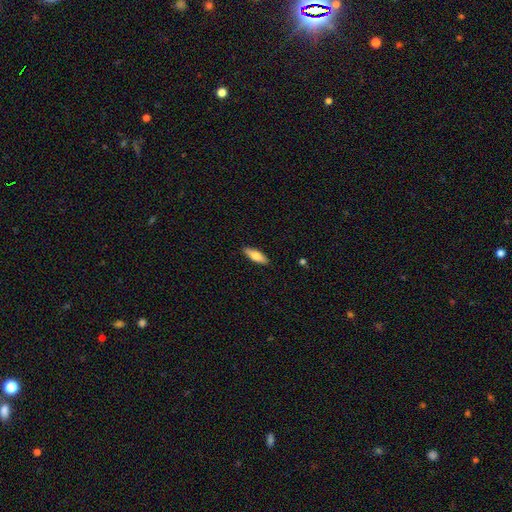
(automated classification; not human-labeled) A smooth galaxy with no disk features (75%) that is in between round and cigar-shaped (52%).

Vote fractions:
- Smooth or featured? smooth: 75% / featured or disk: 19% / star or artifact: 6%
- How rounded? in between: 52% / cigar-shaped: 46% / round: 2%
- Merging? none: 89% / minor disturbance: 8% / major disturbance: 2% / merger: 1%